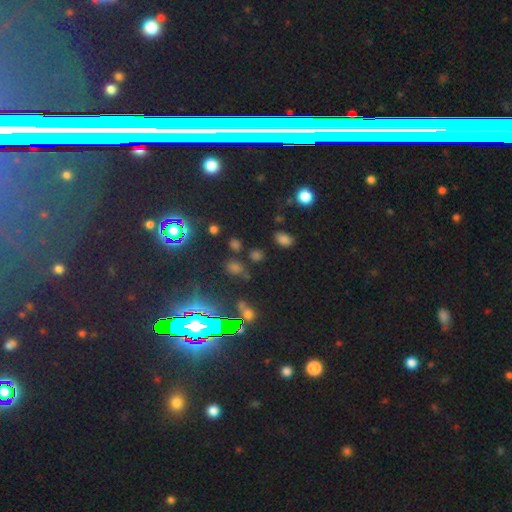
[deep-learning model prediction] This appears to be a star or artifact, not a galaxy (51%).